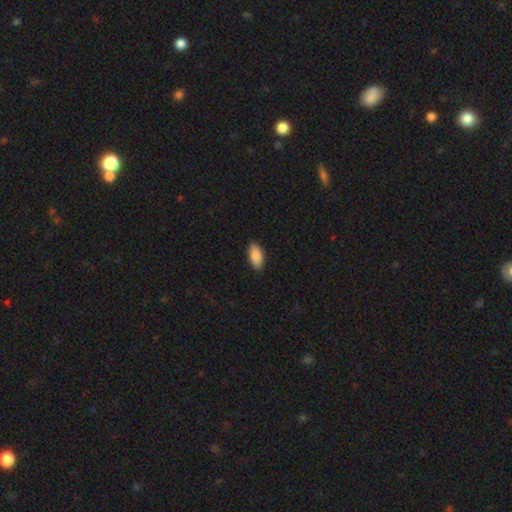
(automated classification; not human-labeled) The model was most divided on "merging": none: 89%, minor disturbance: 8%, major disturbance: 2%, merger: 1%. More confident: how rounded — in between (92%); smooth or featured — smooth (89%).